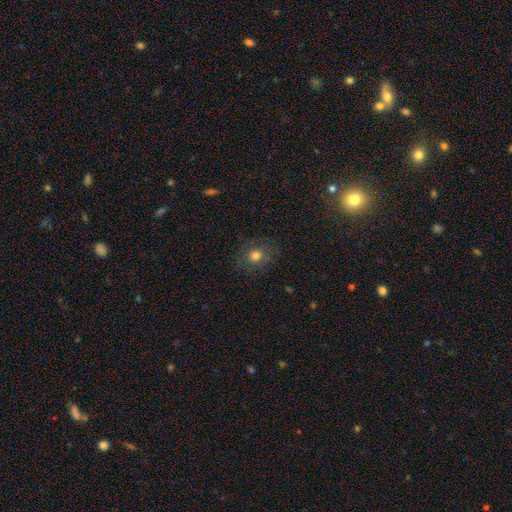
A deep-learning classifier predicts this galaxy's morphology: Q: Smooth or featured?
A: smooth (74%); runner-up: star or artifact (15%)
Q: How rounded?
A: round (79%); runner-up: in between (20%)
Q: Merging?
A: none (83%); runner-up: minor disturbance (11%)